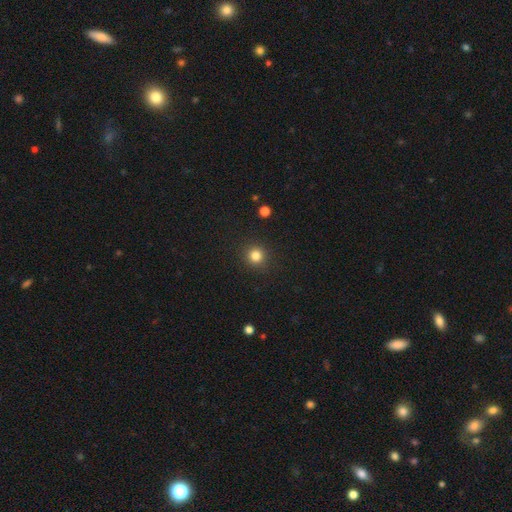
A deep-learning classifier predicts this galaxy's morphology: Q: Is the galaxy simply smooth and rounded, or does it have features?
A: smooth — 83%.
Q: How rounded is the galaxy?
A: round — 93%.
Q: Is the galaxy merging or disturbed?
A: none — 91%.